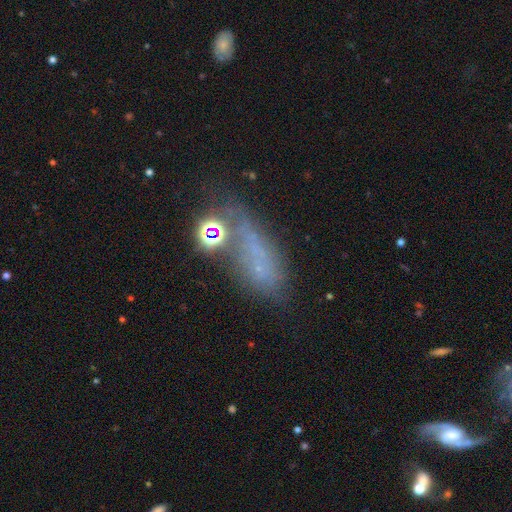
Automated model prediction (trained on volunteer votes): smooth_or_featured: smooth (p=0.40) [alt: star or artifact p=0.30]
merging: none (p=0.39) [alt: major disturbance p=0.23]